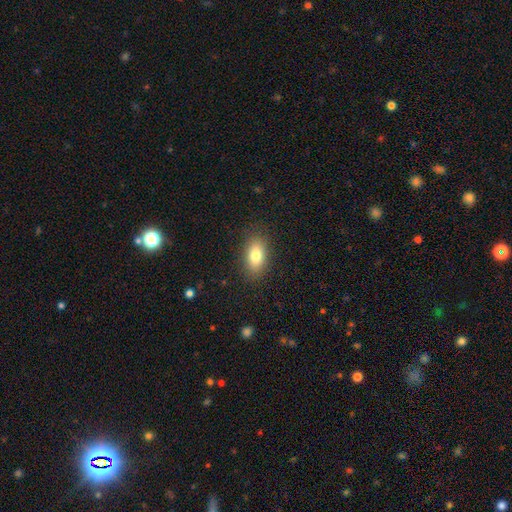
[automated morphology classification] This appears to be a smooth galaxy with no disk features (80%) that is in between round and cigar-shaped (88%). Merging: none (87%).